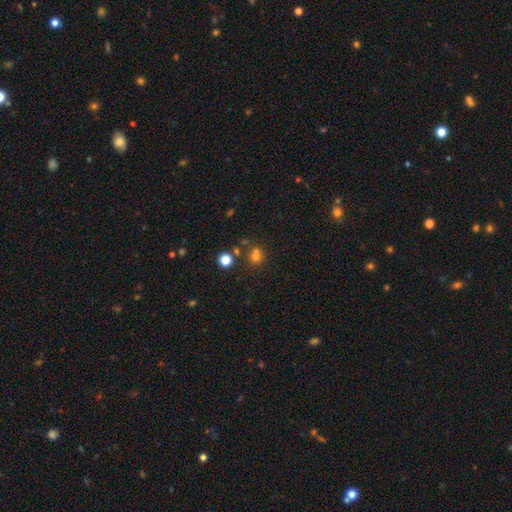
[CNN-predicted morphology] Smooth or featured?
  - smooth: 69% *
  - star or artifact: 22%
  - featured or disk: 10%
How rounded?
  - round: 70% *
  - in between: 29%
  - cigar-shaped: 1%
Merging?
  - none: 54% *
  - merger: 27%
  - minor disturbance: 13%
  - major disturbance: 6%